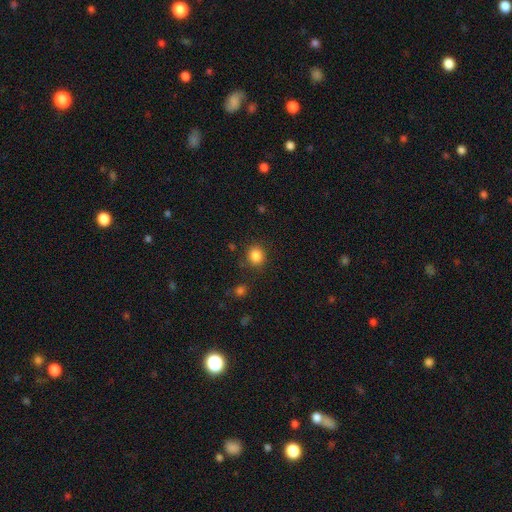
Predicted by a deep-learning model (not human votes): The model was most divided on "how rounded": round: 82%, in between: 17%, cigar-shaped: 1%. More confident: smooth or featured — smooth (86%); merging — none (84%).